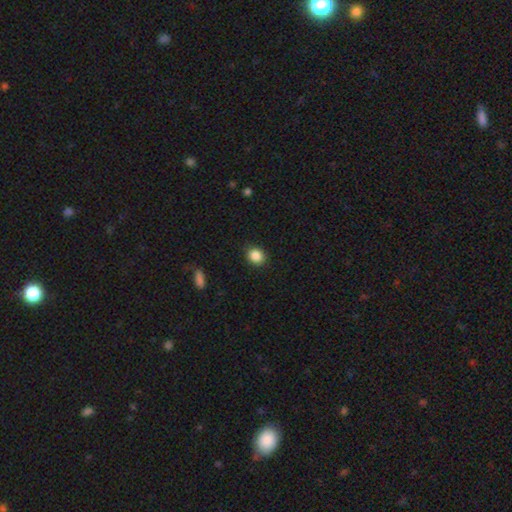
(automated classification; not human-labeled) Overall: smooth (87%). How rounded: round (71%). Merging: none (89%).